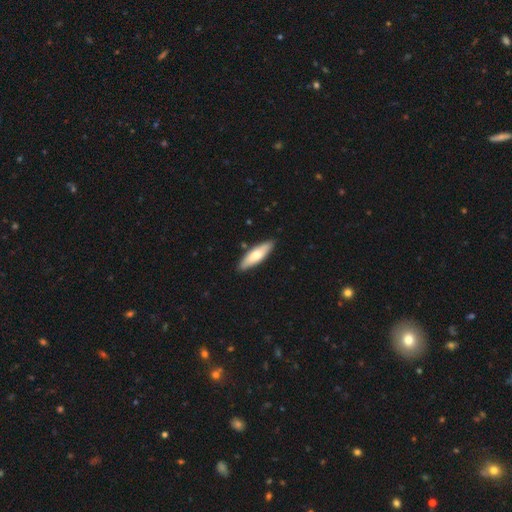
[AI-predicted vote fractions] A smooth galaxy with no disk features (67%) that is cigar-shaped (55%). Merging: none (87%).